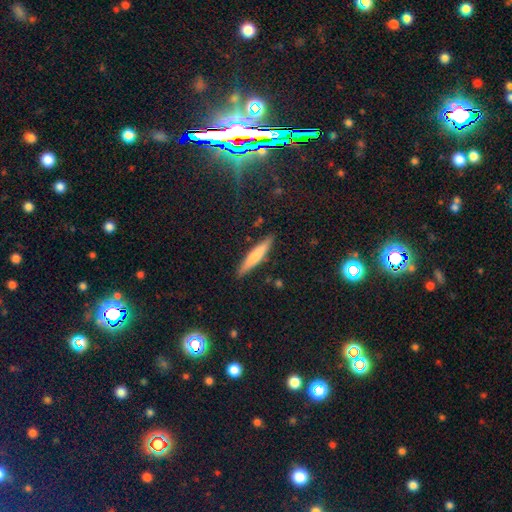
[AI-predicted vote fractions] This is likely a smooth galaxy (67%). How rounded: clearly cigar-shaped (91%). Merging: clearly none (88%).